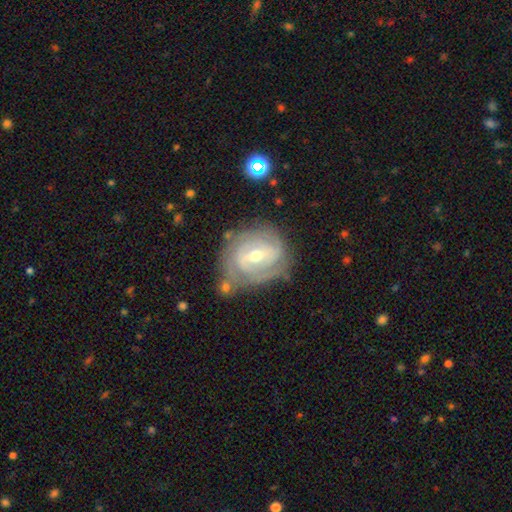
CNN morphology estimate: smooth_or_featured: featured or disk (p=0.84) [alt: smooth p=0.10]
disk_edge_on: no (p=0.97) [alt: yes p=0.03]
bar: weak (p=0.53) [alt: strong p=0.24]
has_spiral_arms: yes (p=0.93) [alt: no p=0.07]
spiral_winding: tight (p=0.69) [alt: medium p=0.26]
spiral_arm_count: 2 (p=0.36) [alt: can't tell p=0.29]
bulge_size: moderate (p=0.54) [alt: small p=0.42]
merging: none (p=0.64) [alt: minor disturbance p=0.22]